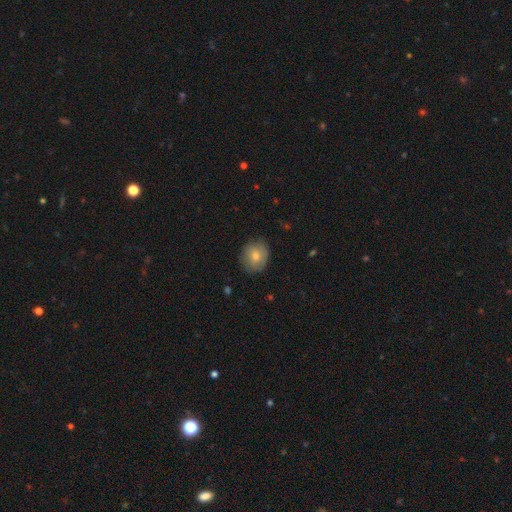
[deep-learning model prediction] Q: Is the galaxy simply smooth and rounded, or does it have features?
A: smooth — 73%.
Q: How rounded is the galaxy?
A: round — 71%.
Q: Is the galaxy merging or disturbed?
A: none — 78%.